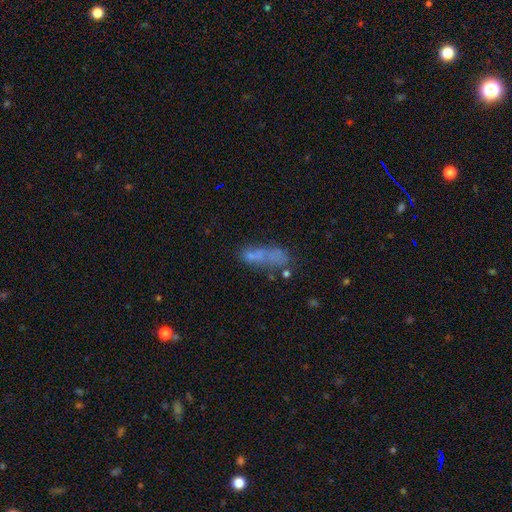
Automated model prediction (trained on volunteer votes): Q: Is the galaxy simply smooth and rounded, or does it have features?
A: smooth — 49%.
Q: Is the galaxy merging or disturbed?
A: none — 40%.